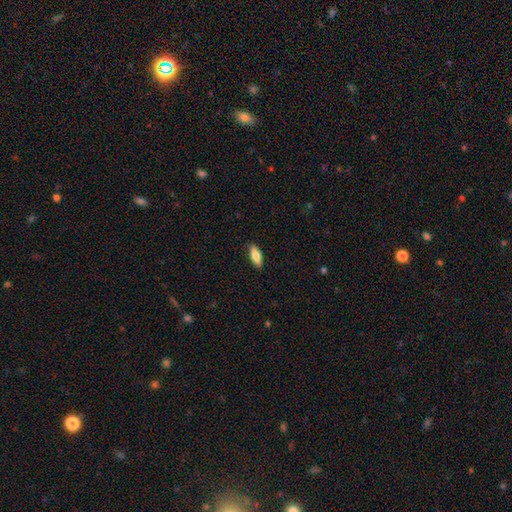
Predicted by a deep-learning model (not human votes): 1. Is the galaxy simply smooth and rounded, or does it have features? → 76% smooth, 18% featured or disk, 6% star or artifact.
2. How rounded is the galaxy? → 65% in between, 33% cigar-shaped, 2% round.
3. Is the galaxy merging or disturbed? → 87% none, 9% minor disturbance, 2% major disturbance, 1% merger.